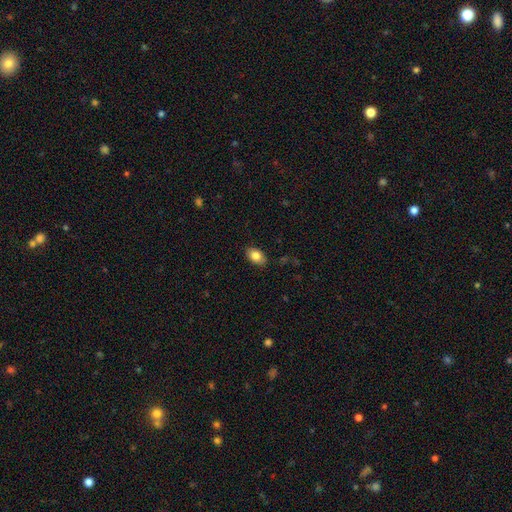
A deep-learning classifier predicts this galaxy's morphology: type=smooth (83%); roundness=in between (88%); merging=none (85%).